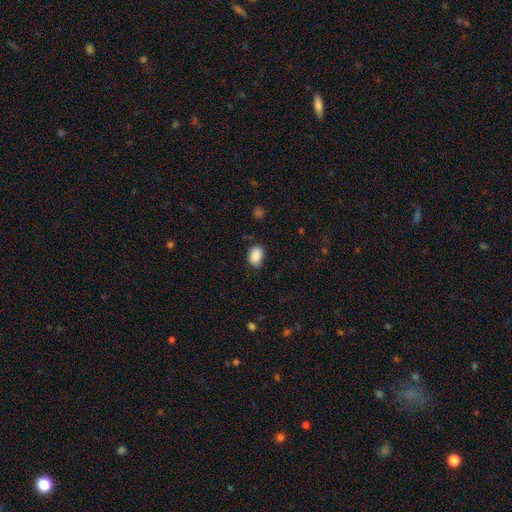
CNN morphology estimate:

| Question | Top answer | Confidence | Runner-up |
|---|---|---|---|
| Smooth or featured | smooth | 89% | star or artifact (8%) |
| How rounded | in between | 82% | round (17%) |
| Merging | none | 73% | minor disturbance (21%) |